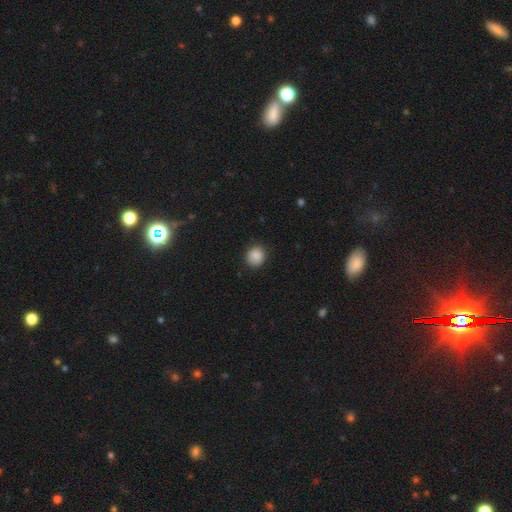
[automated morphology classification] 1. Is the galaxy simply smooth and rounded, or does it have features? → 88% smooth, 9% star or artifact, 3% featured or disk.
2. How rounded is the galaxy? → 83% round, 16% in between, 1% cigar-shaped.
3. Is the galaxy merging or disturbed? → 85% none, 11% minor disturbance, 3% major disturbance, 1% merger.